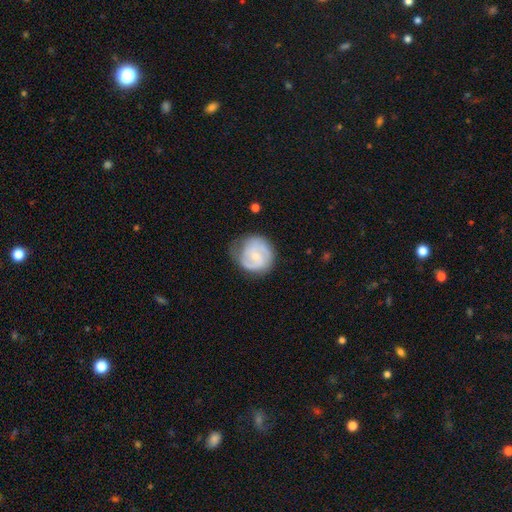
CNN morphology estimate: Overall: featured or disk (71%). Edge-on disk: no (98%). Bar: no (53%; weak 41%). Spiral arms: yes (93%). Spiral arm count: 2 (65%). Spiral winding: medium (45%; tight 41%). Bulge size: small (59%; moderate 28%). Merging: none (63%; minor disturbance 25%).